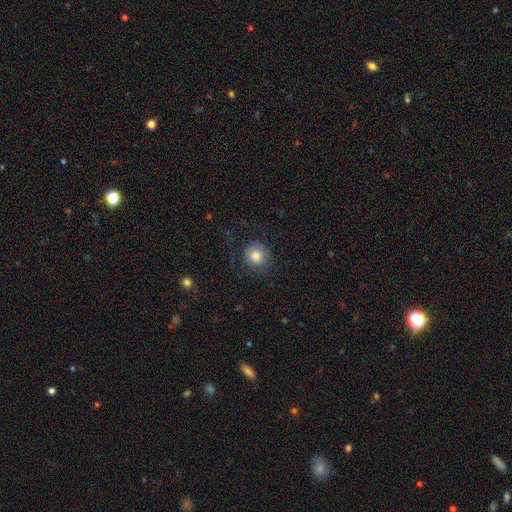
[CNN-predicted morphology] Q: Smooth or featured?
A: smooth (80%); runner-up: featured or disk (11%)
Q: How rounded?
A: round (86%); runner-up: in between (13%)
Q: Merging?
A: none (72%); runner-up: minor disturbance (16%)